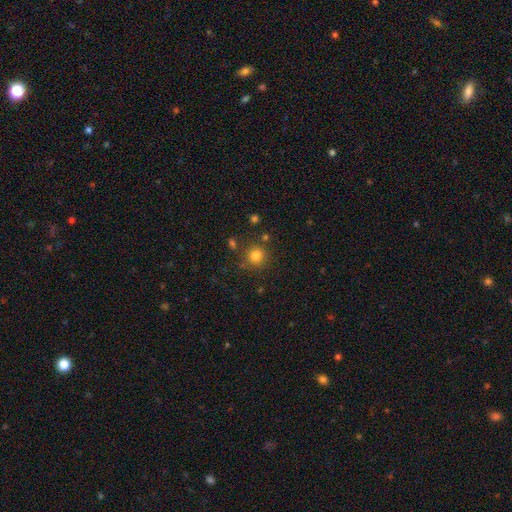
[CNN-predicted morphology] This is clearly a smooth galaxy (80%). How rounded: clearly round (89%). Merging: likely none (80%).